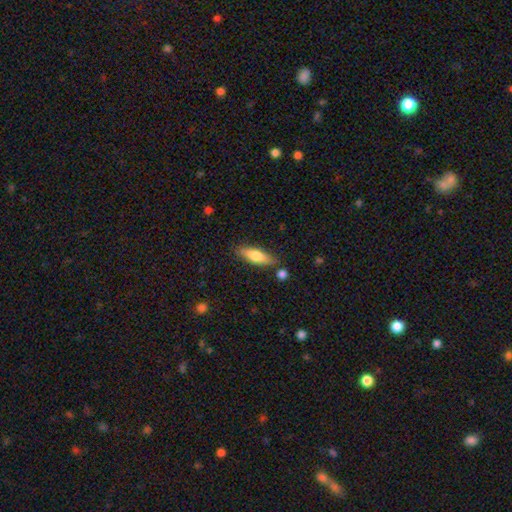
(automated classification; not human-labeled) This appears to be a smooth galaxy with no disk features (74%) that is in between round and cigar-shaped (52%). Merging: none (79%).